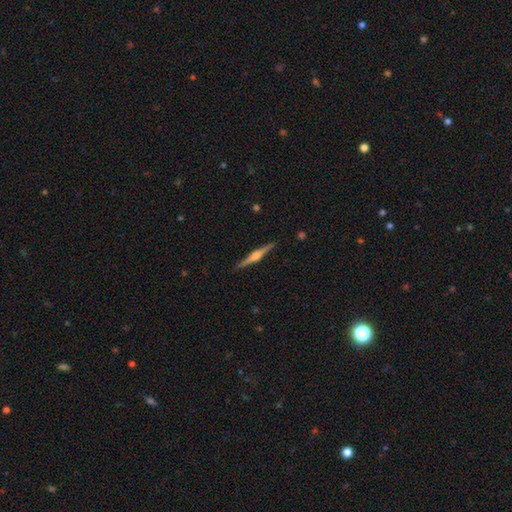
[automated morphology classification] A featured or disk galaxy (80%) viewed edge-on (99%) with a rounded central bulge (86%). Merging: none (92%).